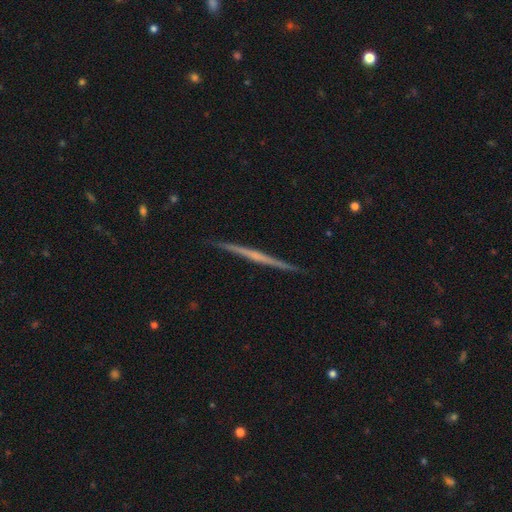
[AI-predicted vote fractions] This is likely a featured or disk galaxy (71%). It is clearly viewed edge-on (98%). Edge-on bulge: likely none (74%). Merging: clearly none (92%).